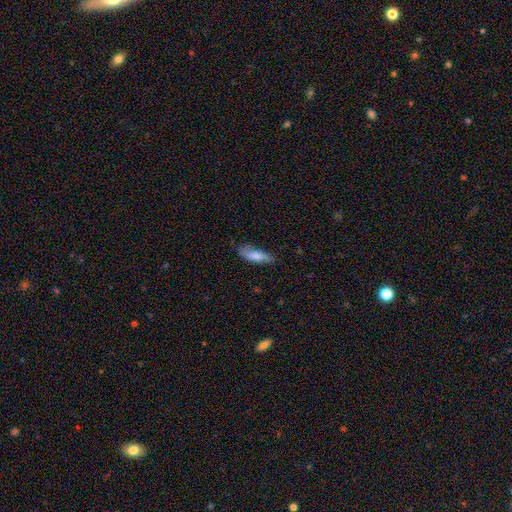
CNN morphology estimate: Smooth or featured? Predicted: smooth (p=0.78). How rounded? Predicted: cigar-shaped (p=0.50). Merging? Predicted: none (p=0.72).